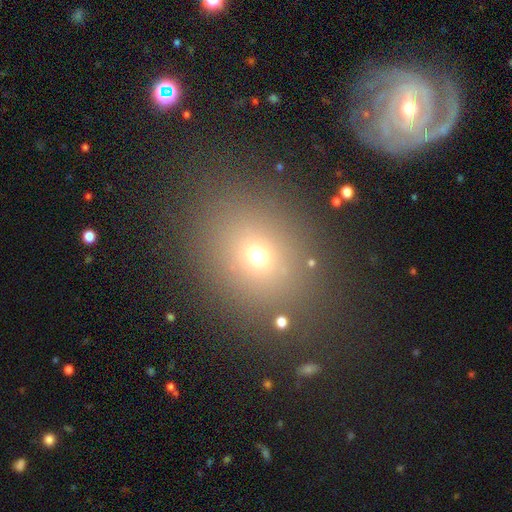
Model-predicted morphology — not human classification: A smooth galaxy with no disk features (66%) that is round (57%).

Vote fractions:
- Smooth or featured? smooth: 66% / star or artifact: 23% / featured or disk: 11%
- How rounded? round: 57% / in between: 41% / cigar-shaped: 2%
- Merging? none: 81% / minor disturbance: 10% / major disturbance: 5% / merger: 4%